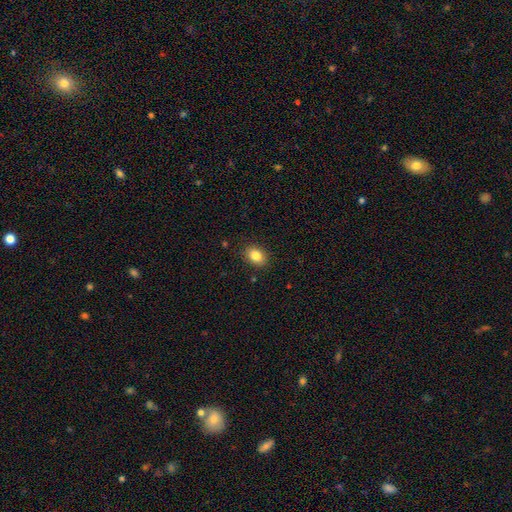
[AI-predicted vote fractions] Overall: smooth (85%). How rounded: in between (71%). Merging: none (88%).